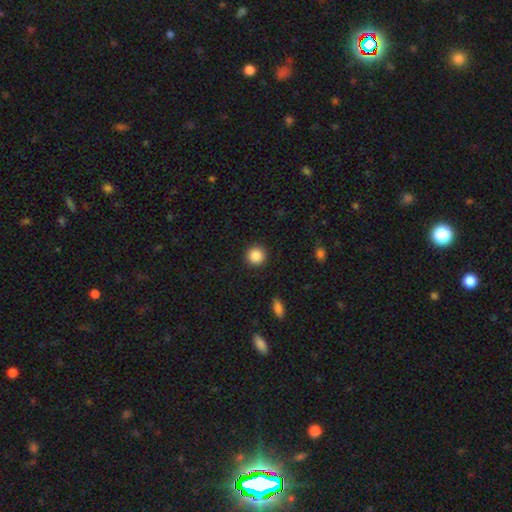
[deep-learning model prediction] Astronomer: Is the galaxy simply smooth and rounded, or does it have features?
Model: smooth — 88%.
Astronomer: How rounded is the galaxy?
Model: round — 95%.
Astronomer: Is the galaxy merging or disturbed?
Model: none — 92%.